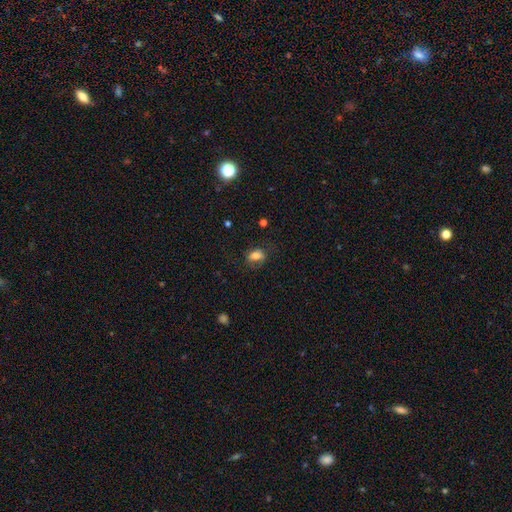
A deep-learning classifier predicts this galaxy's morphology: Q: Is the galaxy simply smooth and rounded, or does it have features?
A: smooth — 72%.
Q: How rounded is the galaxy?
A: in between — 73%.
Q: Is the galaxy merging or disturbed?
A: none — 67%.